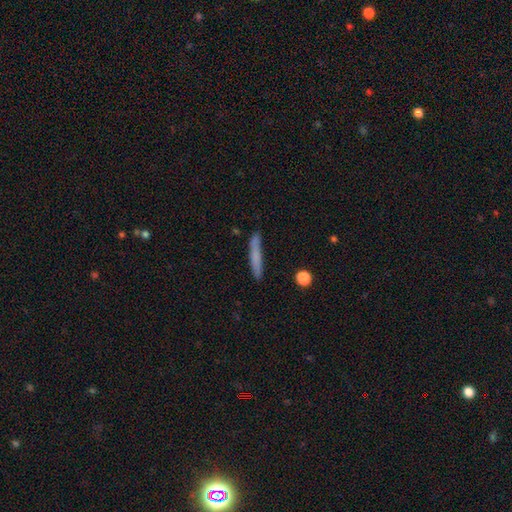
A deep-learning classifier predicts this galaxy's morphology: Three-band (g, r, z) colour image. It shows a smooth galaxy with no disk features (71%) that is cigar-shaped (94%). Merging: none (82%).